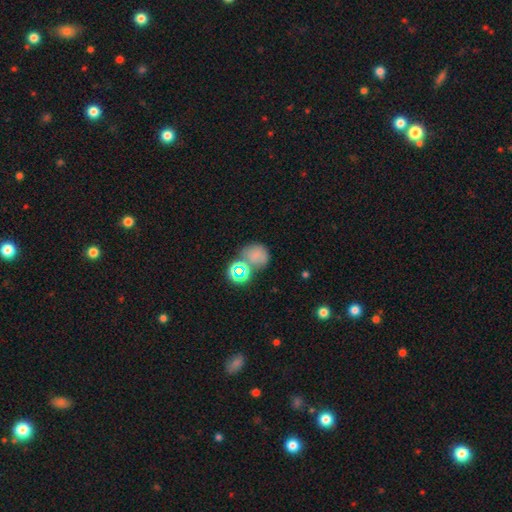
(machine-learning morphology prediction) Overall: smooth (64%). How rounded: round (70%). Merging: none (47%; merger 27%).